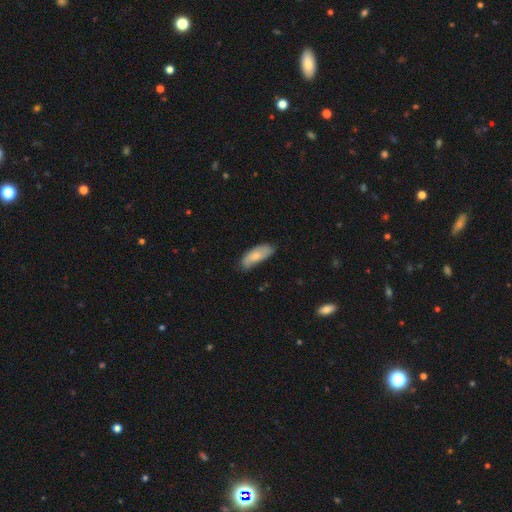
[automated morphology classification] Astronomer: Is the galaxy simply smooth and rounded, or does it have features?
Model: smooth — 68%.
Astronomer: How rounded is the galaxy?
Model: in between — 80%.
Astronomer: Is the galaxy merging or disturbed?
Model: none — 69%.